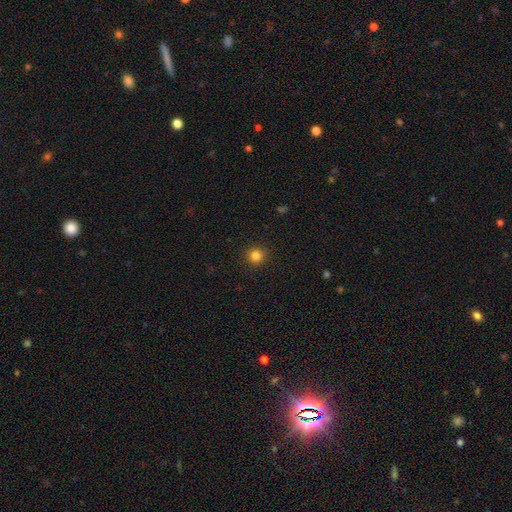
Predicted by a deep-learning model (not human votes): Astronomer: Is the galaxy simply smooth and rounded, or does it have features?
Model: smooth — 84%.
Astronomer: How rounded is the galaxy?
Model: round — 94%.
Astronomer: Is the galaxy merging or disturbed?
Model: none — 91%.